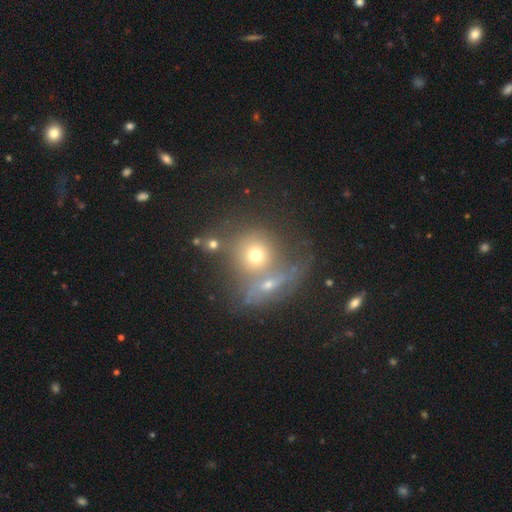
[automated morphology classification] A smooth galaxy with no disk features (60%) that is round (81%).

Vote fractions:
- Smooth or featured? smooth: 60% / featured or disk: 24% / star or artifact: 16%
- How rounded? round: 81% / in between: 17% / cigar-shaped: 2%
- Merging? merger: 53% / none: 28% / minor disturbance: 9% / major disturbance: 9%